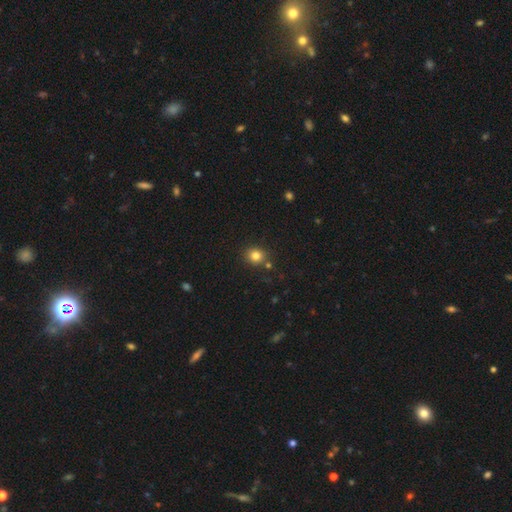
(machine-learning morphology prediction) Smooth or featured? smooth (82%)
How rounded? round (81%)
Merging? none (82%)